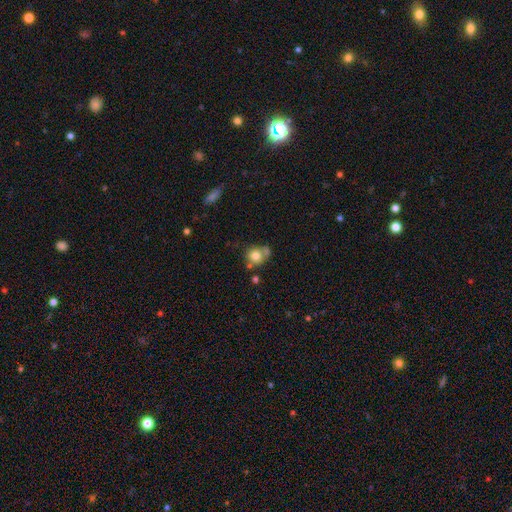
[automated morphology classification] This is likely a smooth galaxy (76%). How rounded: likely round (77%). Merging: possibly none (47%).